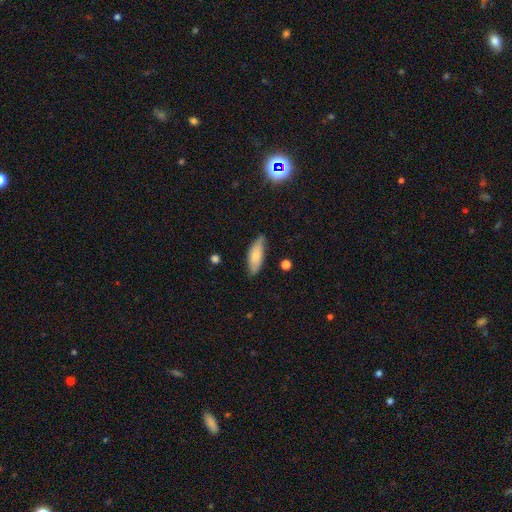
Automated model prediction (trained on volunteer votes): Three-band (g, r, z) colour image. It shows a smooth galaxy with no disk features (72%) that is in between round and cigar-shaped (69%). Merging: none (75%).